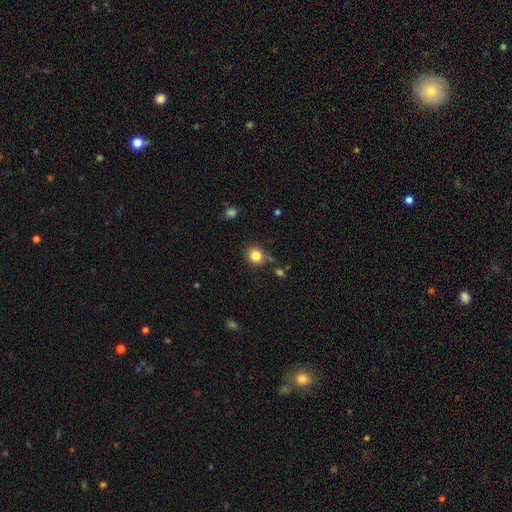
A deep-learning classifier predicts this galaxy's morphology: Overall: smooth (82%). How rounded: round (84%). Merging: none (73%).